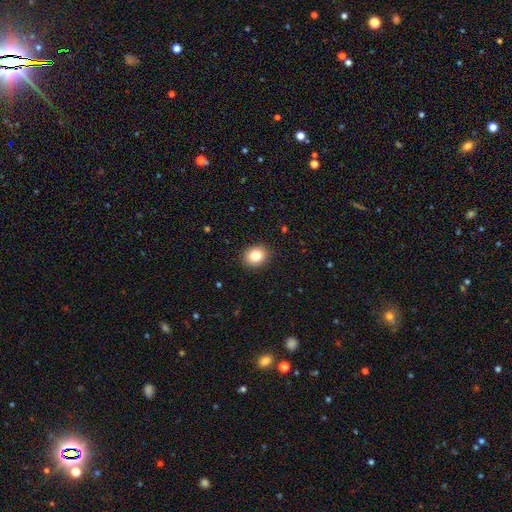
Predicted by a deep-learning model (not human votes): smooth_or_featured: smooth (p=0.83) [alt: star or artifact p=0.10]
how_rounded: round (p=0.61) [alt: in between p=0.38]
merging: none (p=0.90) [alt: minor disturbance p=0.07]